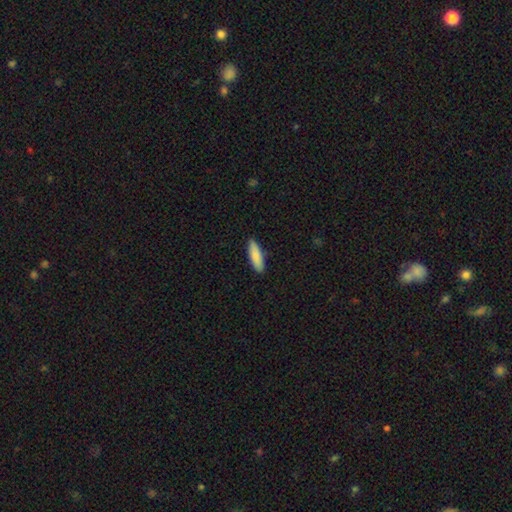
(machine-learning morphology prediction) This appears to be a smooth galaxy with no disk features (84%) that is cigar-shaped (55%). Merging: none (90%).